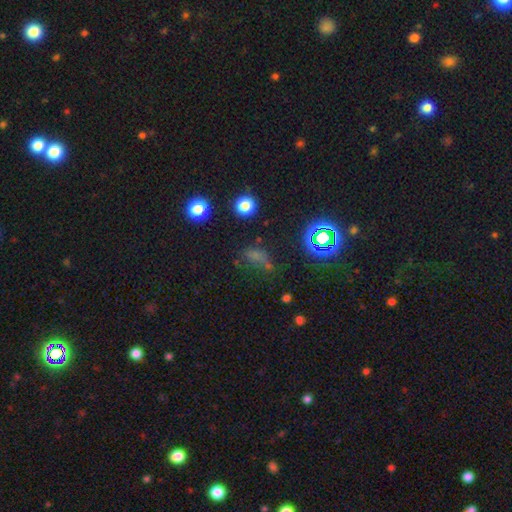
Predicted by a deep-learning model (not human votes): Smooth or featured? Predicted: smooth (p=0.46). Merging? Predicted: none (p=0.50).